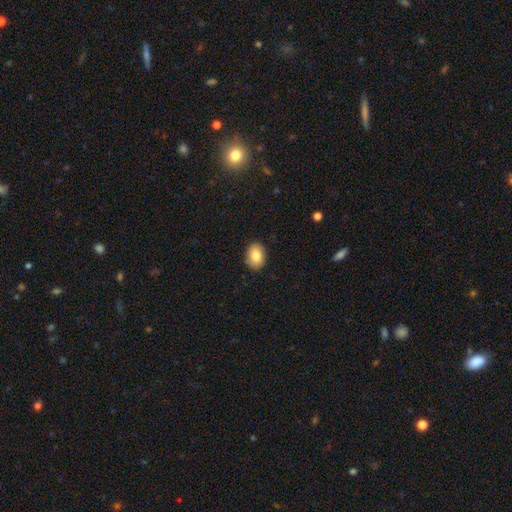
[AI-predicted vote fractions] Smooth or featured?
  - smooth: 83% *
  - featured or disk: 9%
  - star or artifact: 8%
How rounded?
  - in between: 72% *
  - round: 27%
  - cigar-shaped: 1%
Merging?
  - none: 87% *
  - minor disturbance: 10%
  - major disturbance: 2%
  - merger: 1%